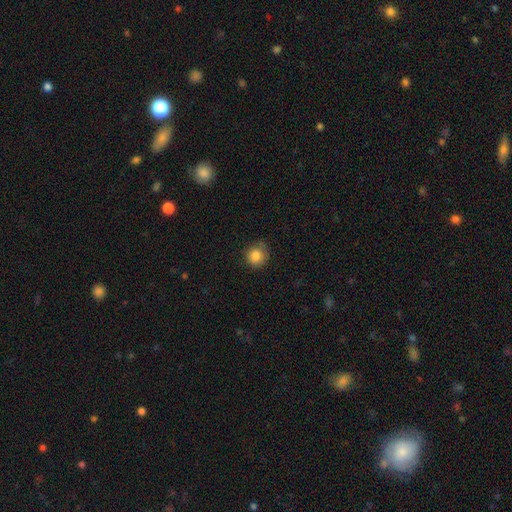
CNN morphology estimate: A smooth galaxy with no disk features (85%) that is round (86%). Merging: none (70%).